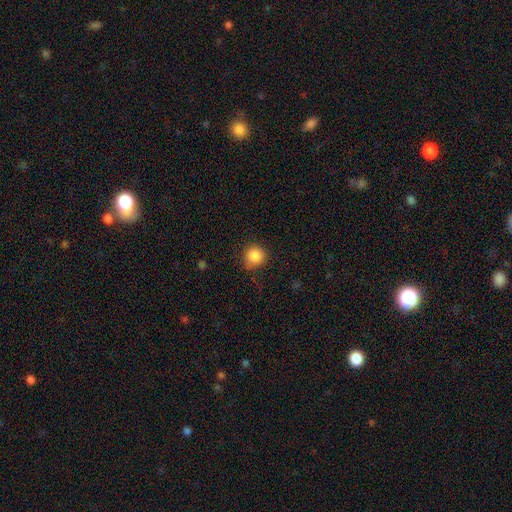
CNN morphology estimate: Smooth or featured: smooth — 87% (star or artifact — 10%)
How rounded: round — 89% (in between — 10%)
Merging: none — 80% (minor disturbance — 15%)